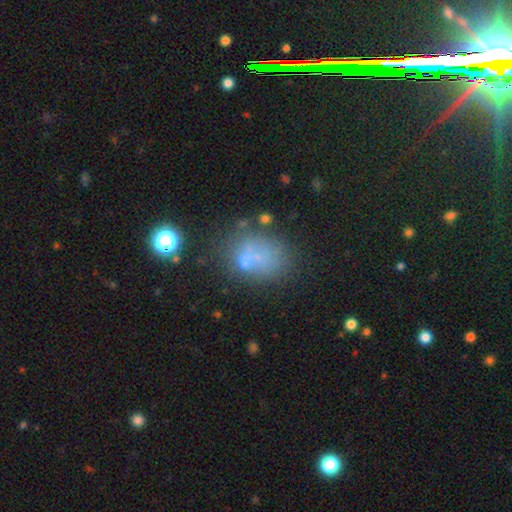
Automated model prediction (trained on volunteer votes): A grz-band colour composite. It shows a smooth galaxy with no disk features (47%). Merging: none (49%).